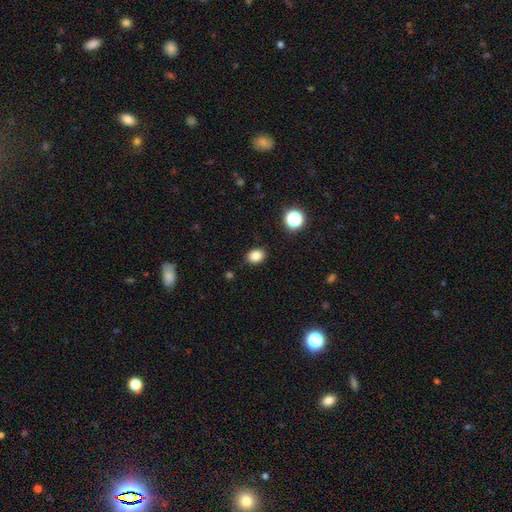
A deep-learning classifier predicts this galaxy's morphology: type=smooth (84%); roundness=in between (56%); merging=none (88%).